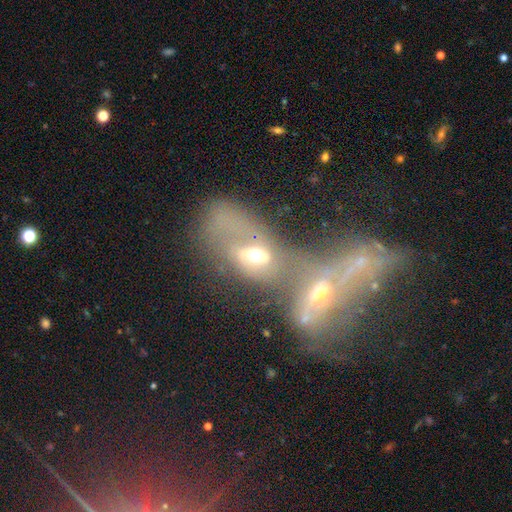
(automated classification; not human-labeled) featured or disk 47%, smooth 37%, star or artifact 16%. Down the decision tree: merging — merger (79%).